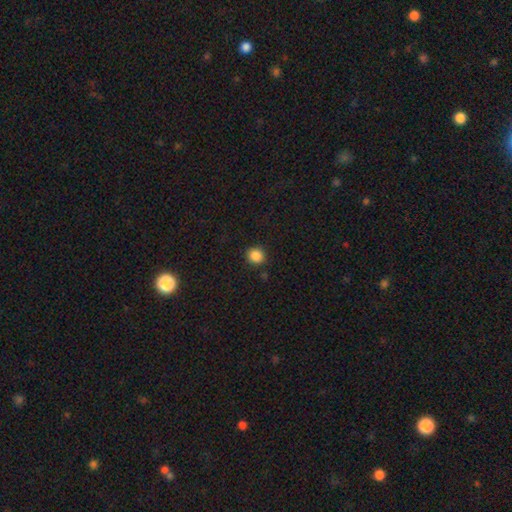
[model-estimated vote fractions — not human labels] This appears to be a smooth galaxy with no disk features (87%) that is round (86%). Merging: none (89%).